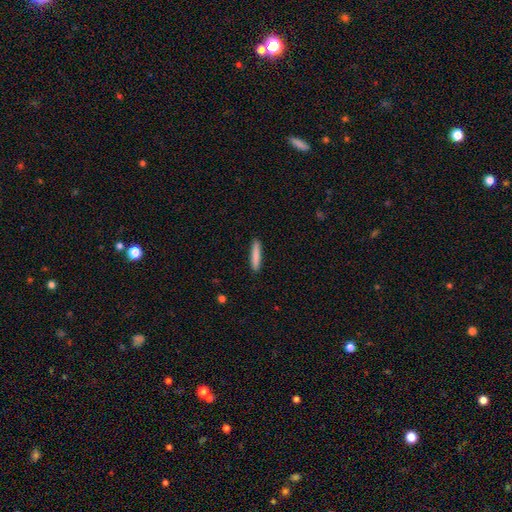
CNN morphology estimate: Overall: smooth (85%). How rounded: cigar-shaped (91%). Merging: none (91%).